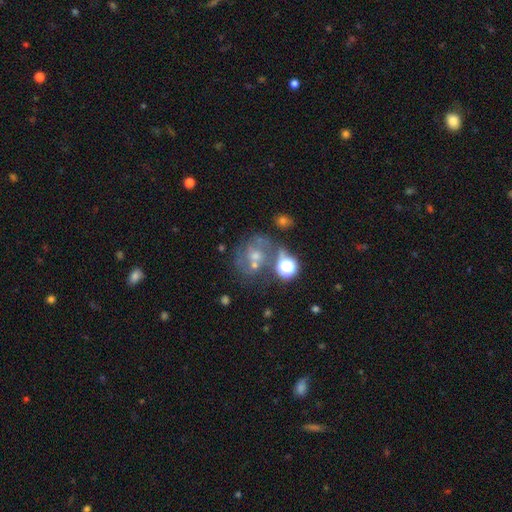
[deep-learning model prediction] featured or disk 48%, star or artifact 26%, smooth 26%. Down the decision tree: merging — none (48%).